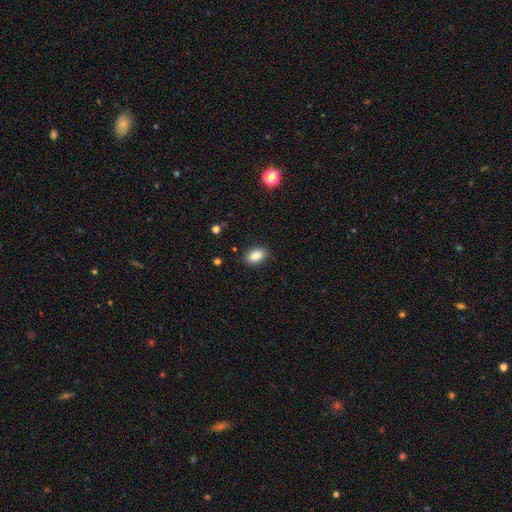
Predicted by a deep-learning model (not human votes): A smooth galaxy with no disk features (86%) that is in between round and cigar-shaped (87%). Merging: none (88%).